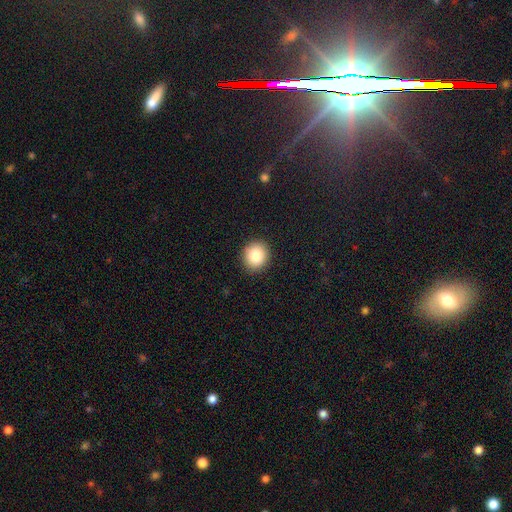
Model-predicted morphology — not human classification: This appears to be a smooth galaxy with no disk features (83%) that is round (85%). Merging: none (91%).